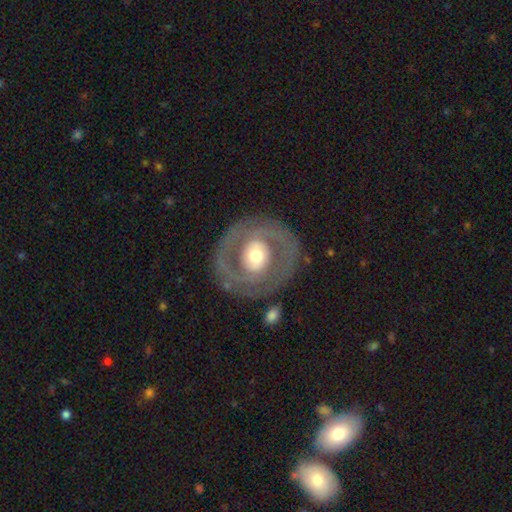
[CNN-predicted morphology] A featured or disk galaxy (73%) with no bar (60%), spiral arms (55%) and a moderate central bulge (60%). Merging: none (82%).